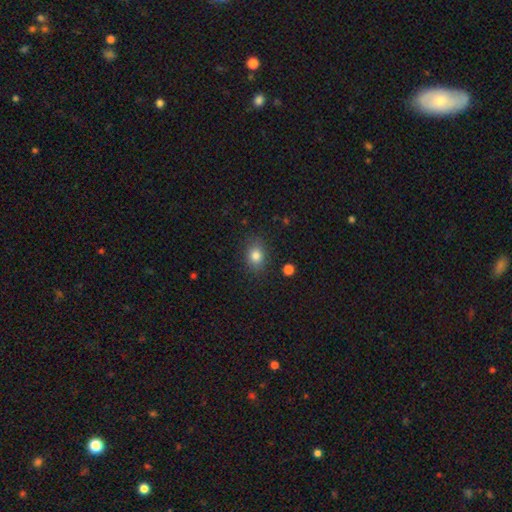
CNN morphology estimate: Q: Smooth or featured?
A: smooth (82%); runner-up: star or artifact (11%)
Q: How rounded?
A: in between (57%); runner-up: round (42%)
Q: Merging?
A: none (83%); runner-up: minor disturbance (12%)